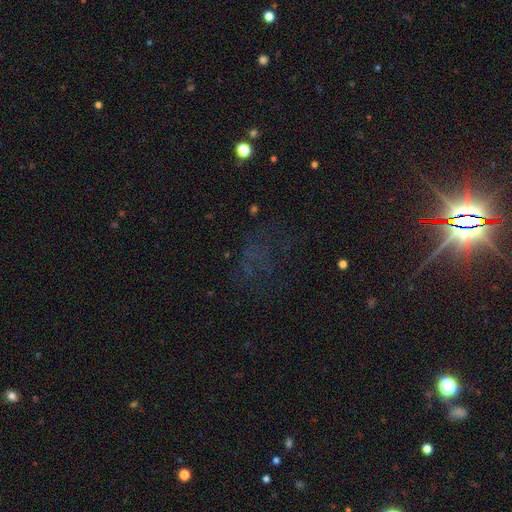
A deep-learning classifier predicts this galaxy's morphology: Smooth or featured? star or artifact (67%)